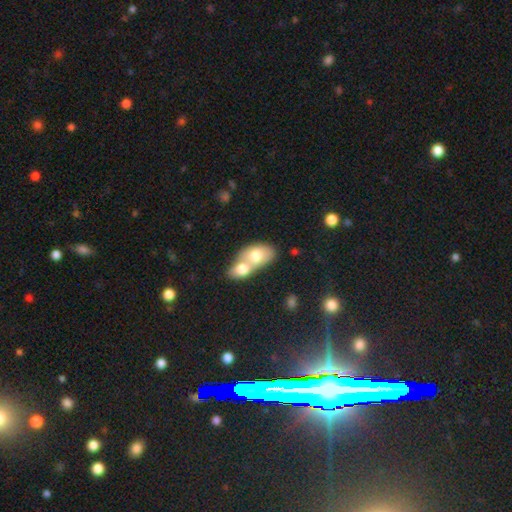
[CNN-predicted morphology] smooth 70%, featured or disk 23%, star or artifact 7%. Down the decision tree: how rounded — in between (84%); merging — merger (78%).